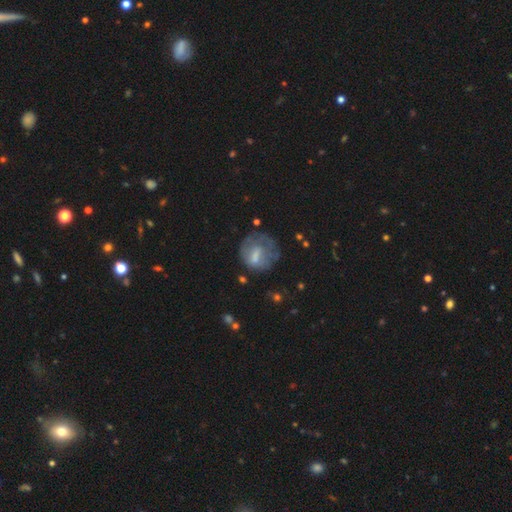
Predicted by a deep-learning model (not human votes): Smooth or featured? smooth (53%)
How rounded? round (75%)
Merging? none (44%)